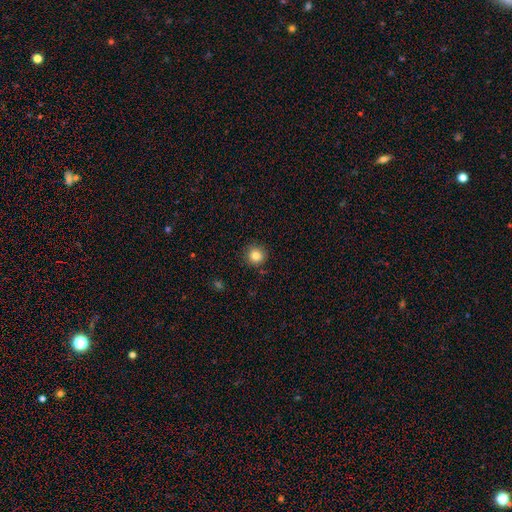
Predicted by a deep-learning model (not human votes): Smooth or featured? smooth (83%)
How rounded? round (94%)
Merging? none (90%)